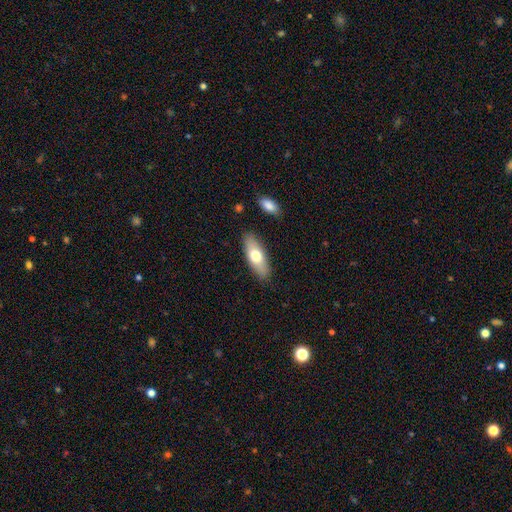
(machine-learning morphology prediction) Overall: smooth (68%). How rounded: in between (71%). Merging: none (86%).